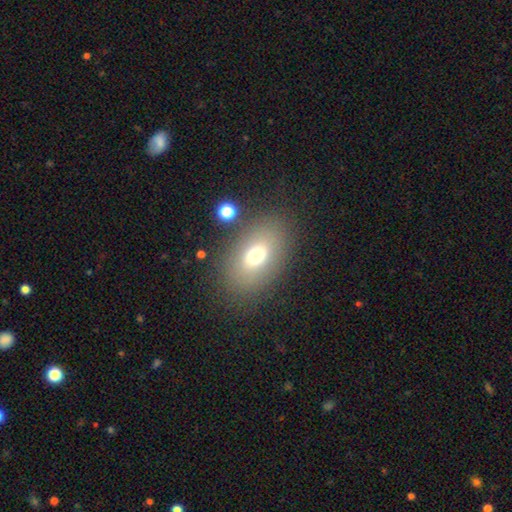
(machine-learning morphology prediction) Overall: smooth (68%). How rounded: in between (84%). Merging: none (80%).